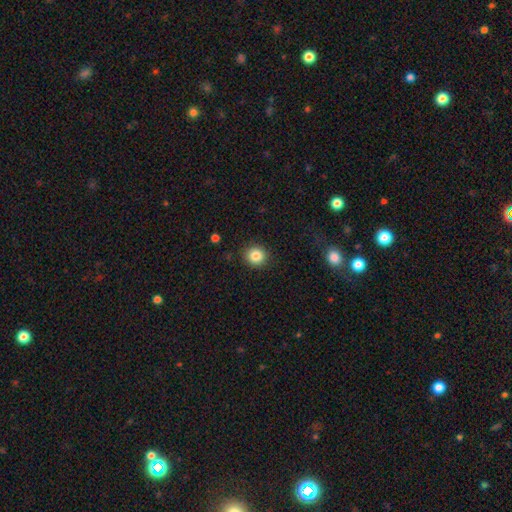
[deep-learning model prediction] Smooth or featured?
  - smooth: 85% *
  - star or artifact: 10%
  - featured or disk: 5%
How rounded?
  - round: 89% *
  - in between: 10%
  - cigar-shaped: 1%
Merging?
  - none: 90% *
  - minor disturbance: 6%
  - major disturbance: 2%
  - merger: 1%